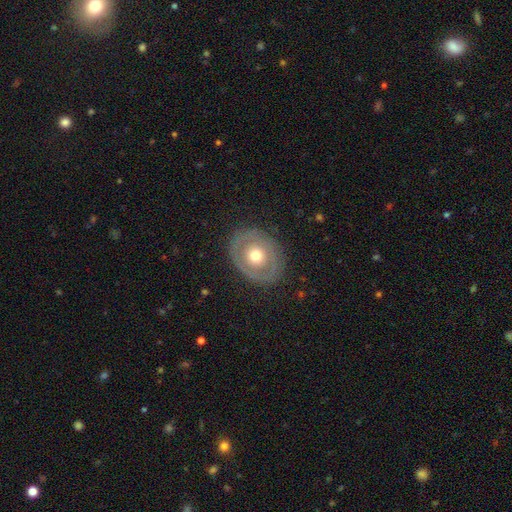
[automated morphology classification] Smooth or featured: featured or disk — 52% (smooth — 42%)
Edge-on disk: no — 93% (yes — 7%)
Merging: none — 82% (minor disturbance — 12%)